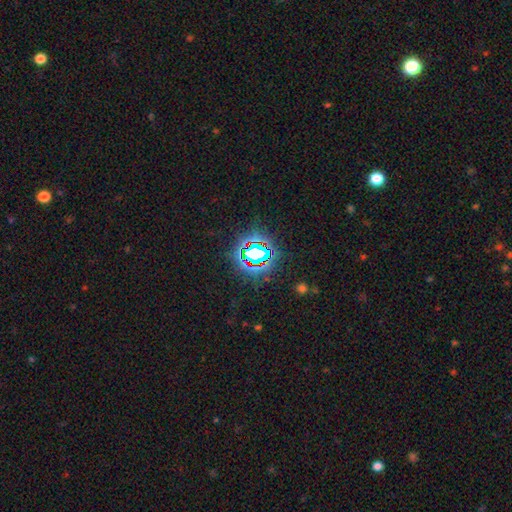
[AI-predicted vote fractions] Smooth or featured: star or artifact — 80% (smooth — 12%)